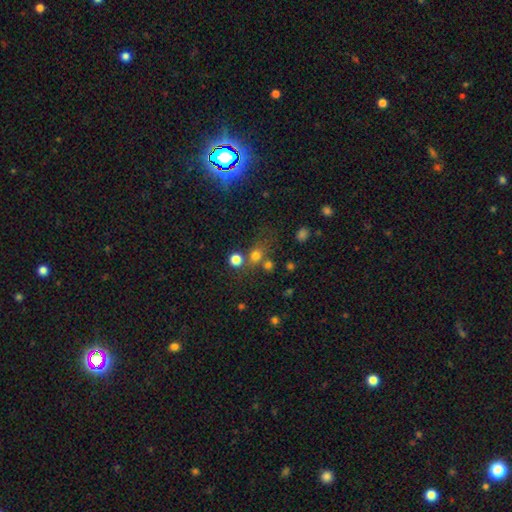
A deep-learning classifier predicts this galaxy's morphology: Overall: smooth (70%). How rounded: round (81%). Merging: none (56%; merger 27%).